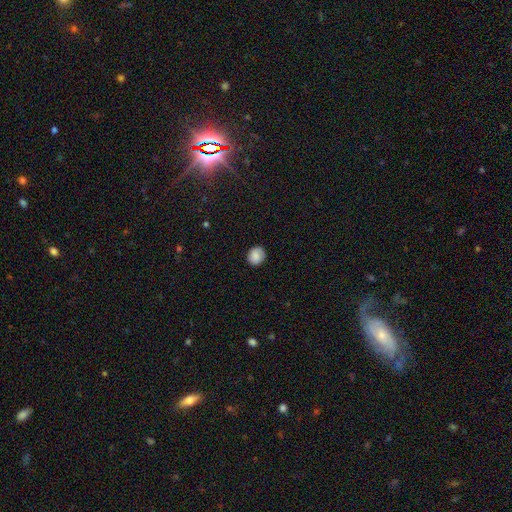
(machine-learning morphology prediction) smooth-or-featured: smooth: 84% | star or artifact: 9% | featured or disk: 7%
  how-rounded: round: 79% | in between: 20% | cigar-shaped: 1%
  merging: none: 83% | minor disturbance: 13% | major disturbance: 3% | merger: 1%